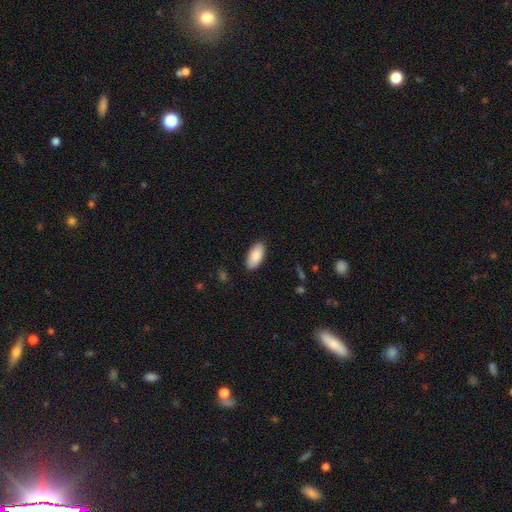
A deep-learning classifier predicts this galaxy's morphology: smooth 87%, featured or disk 7%, star or artifact 6%. Down the decision tree: how rounded — in between (93%); merging — none (87%).